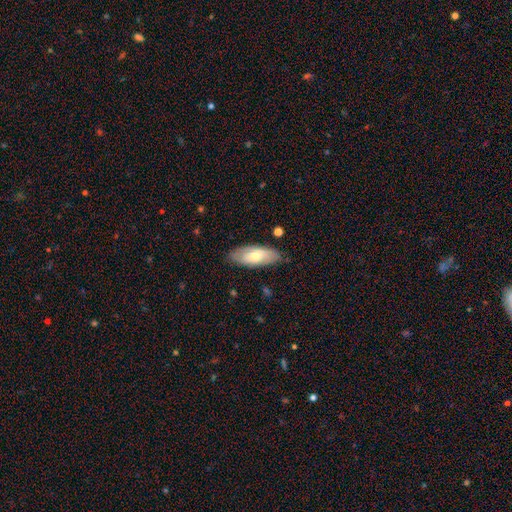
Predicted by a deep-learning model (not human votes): Q: Smooth or featured?
A: smooth (63%); runner-up: featured or disk (32%)
Q: How rounded?
A: in between (82%); runner-up: cigar-shaped (16%)
Q: Merging?
A: none (81%); runner-up: minor disturbance (15%)